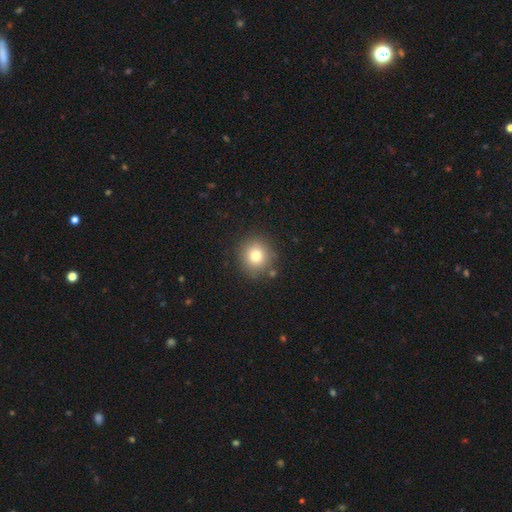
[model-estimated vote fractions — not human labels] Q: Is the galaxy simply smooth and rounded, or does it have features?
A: smooth — 79%.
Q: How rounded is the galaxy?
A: round — 90%.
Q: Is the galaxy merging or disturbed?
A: none — 86%.